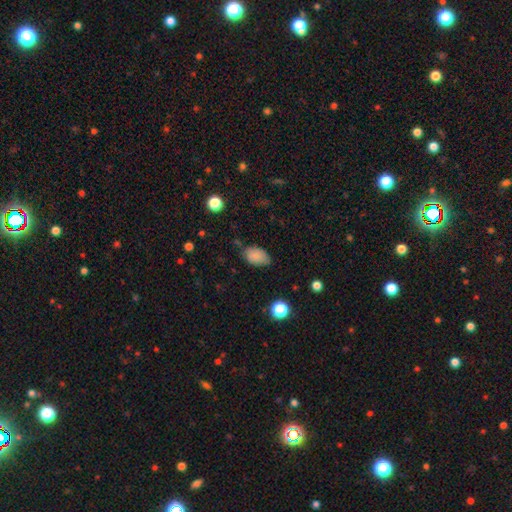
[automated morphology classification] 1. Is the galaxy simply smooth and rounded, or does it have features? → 84% smooth, 9% star or artifact, 6% featured or disk.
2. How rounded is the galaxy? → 89% in between, 10% round, 1% cigar-shaped.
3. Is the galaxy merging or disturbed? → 69% none, 24% minor disturbance, 5% major disturbance, 2% merger.